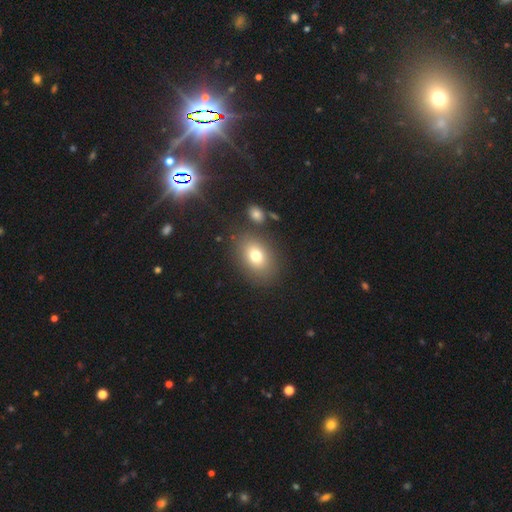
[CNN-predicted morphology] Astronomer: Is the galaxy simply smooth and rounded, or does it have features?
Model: smooth — 76%.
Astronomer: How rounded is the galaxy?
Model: in between — 71%.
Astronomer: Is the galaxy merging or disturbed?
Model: none — 80%.